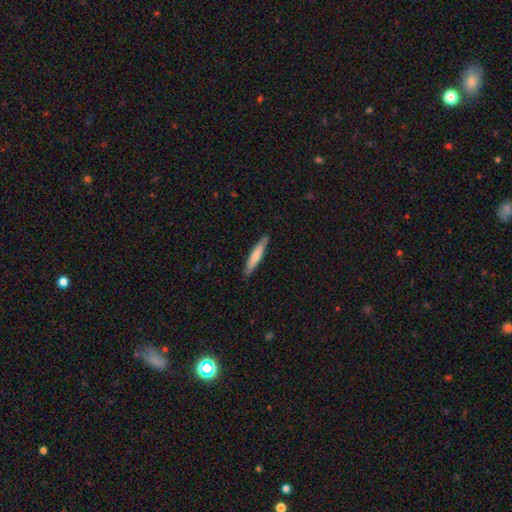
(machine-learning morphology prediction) A smooth galaxy with no disk features (71%) that is cigar-shaped (91%).

Vote fractions:
- Smooth or featured? smooth: 71% / featured or disk: 24% / star or artifact: 5%
- How rounded? cigar-shaped: 91% / in between: 8% / round: 1%
- Merging? none: 87% / minor disturbance: 10% / major disturbance: 2% / merger: 1%